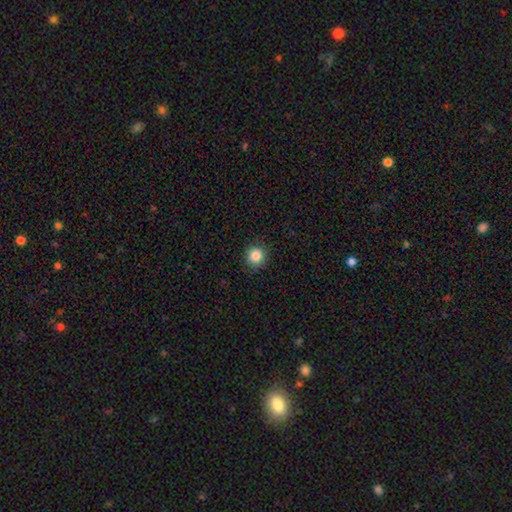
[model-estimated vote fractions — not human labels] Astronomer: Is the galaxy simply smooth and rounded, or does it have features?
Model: smooth — 86%.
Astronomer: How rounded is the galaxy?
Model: round — 93%.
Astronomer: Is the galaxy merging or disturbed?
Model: none — 91%.